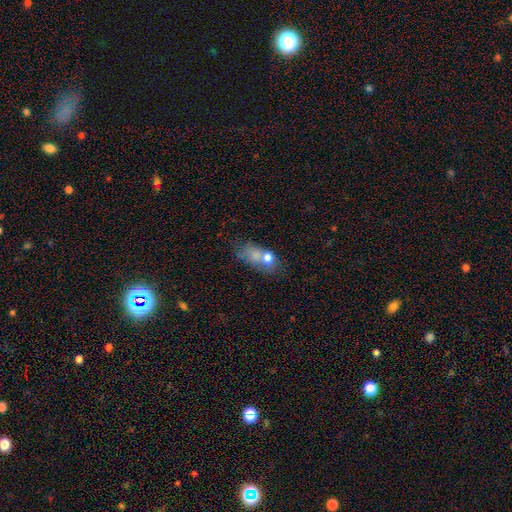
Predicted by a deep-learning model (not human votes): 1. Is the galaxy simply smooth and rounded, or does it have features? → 62% smooth, 24% featured or disk, 14% star or artifact.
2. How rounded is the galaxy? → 71% in between, 21% round, 7% cigar-shaped.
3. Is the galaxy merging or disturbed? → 38% none, 35% merger, 16% minor disturbance, 11% major disturbance.